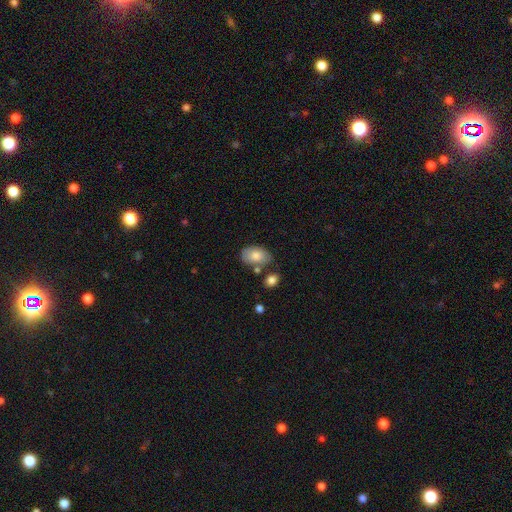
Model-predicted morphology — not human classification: Smooth or featured?
  - smooth: 76% *
  - featured or disk: 17%
  - star or artifact: 7%
How rounded?
  - in between: 88% *
  - round: 10%
  - cigar-shaped: 1%
Merging?
  - none: 60% *
  - minor disturbance: 22%
  - merger: 12%
  - major disturbance: 6%